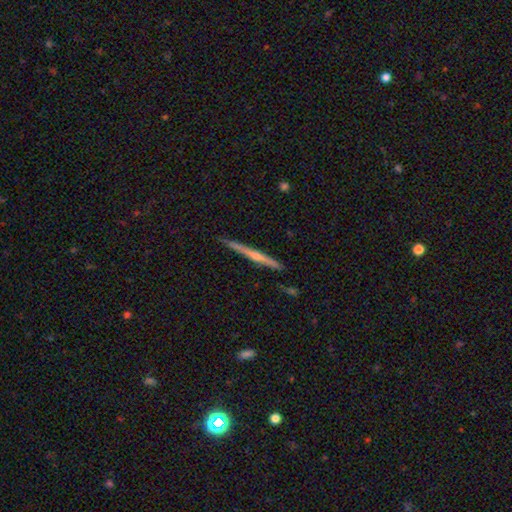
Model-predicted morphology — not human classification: Smooth or featured? featured or disk (69%)
Edge-on disk? yes (98%)
Edge-on bulge? rounded (64%)
Merging? none (87%)